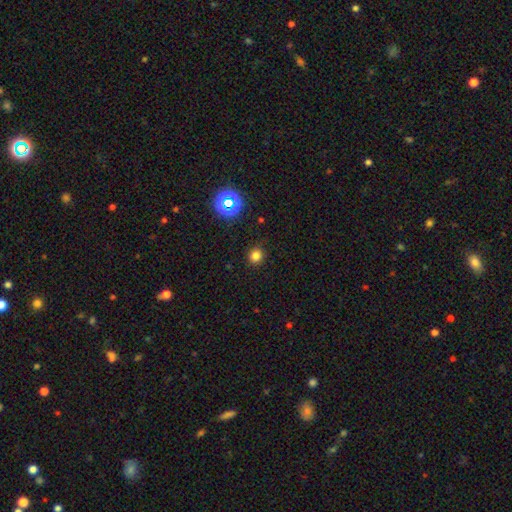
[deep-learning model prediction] smooth_or_featured: smooth (p=0.78) [alt: star or artifact p=0.17]
how_rounded: round (p=0.90) [alt: in between p=0.10]
merging: none (p=0.90) [alt: minor disturbance p=0.07]